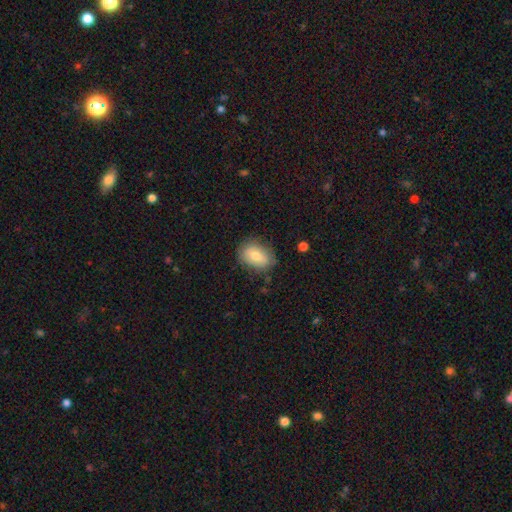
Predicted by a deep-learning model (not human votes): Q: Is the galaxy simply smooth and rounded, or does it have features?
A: smooth — 73%.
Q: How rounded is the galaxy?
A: in between — 79%.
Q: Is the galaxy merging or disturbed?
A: none — 76%.